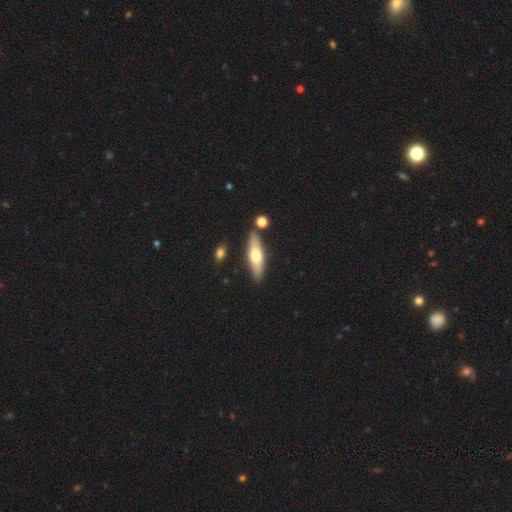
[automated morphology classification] Smooth or featured?
  - smooth: 54% *
  - featured or disk: 40%
  - star or artifact: 6%
How rounded?
  - cigar-shaped: 60% *
  - in between: 37%
  - round: 2%
Merging?
  - none: 83% *
  - minor disturbance: 10%
  - merger: 5%
  - major disturbance: 2%